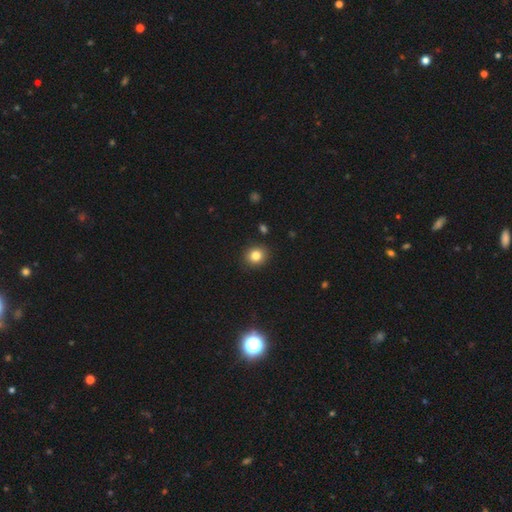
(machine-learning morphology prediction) This appears to be a smooth galaxy with no disk features (82%) that is round (78%). Merging: none (90%).